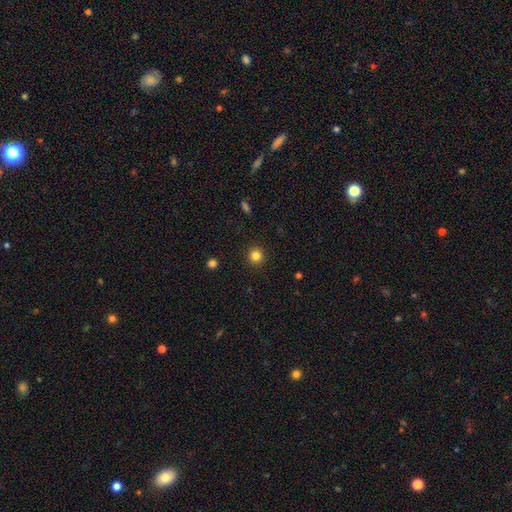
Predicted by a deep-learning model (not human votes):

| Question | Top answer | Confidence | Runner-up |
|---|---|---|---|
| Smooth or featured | smooth | 83% | star or artifact (12%) |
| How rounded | round | 94% | in between (5%) |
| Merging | none | 92% | minor disturbance (5%) |